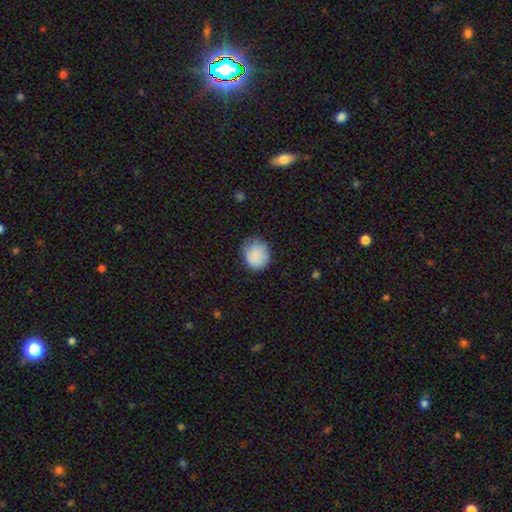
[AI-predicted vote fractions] Morphology: type=smooth (87%); roundness=round (79%); merging=none (70%).